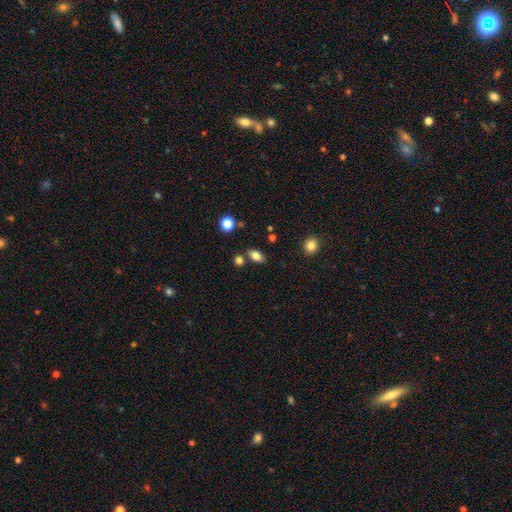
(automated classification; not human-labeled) smooth-or-featured: smooth: 80% | featured or disk: 10% | star or artifact: 10%
  how-rounded: in between: 85% | round: 11% | cigar-shaped: 4%
  merging: none: 76% | minor disturbance: 11% | merger: 10% | major disturbance: 3%